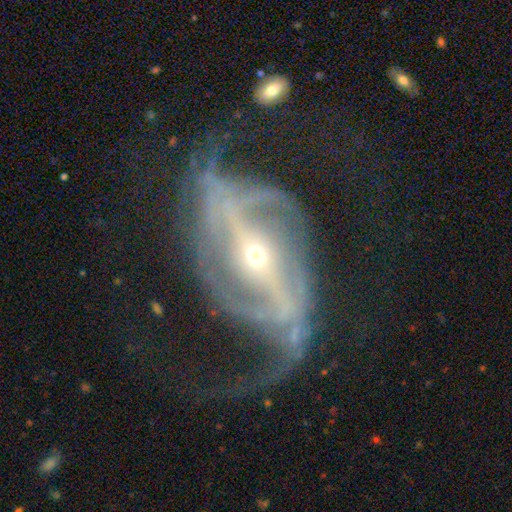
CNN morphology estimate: Q: Smooth or featured?
A: featured or disk (91%); runner-up: star or artifact (5%)
Q: Edge-on disk?
A: no (95%); runner-up: yes (5%)
Q: Bar?
A: strong (68%); runner-up: weak (21%)
Q: Spiral arms?
A: yes (95%); runner-up: no (5%)
Q: Spiral winding?
A: medium (43%); runner-up: loose (39%)
Q: Spiral arm count?
A: 2 (72%); runner-up: can't tell (9%)
Q: Bulge size?
A: small (70%); runner-up: moderate (26%)
Q: Merging?
A: none (46%); runner-up: major disturbance (34%)